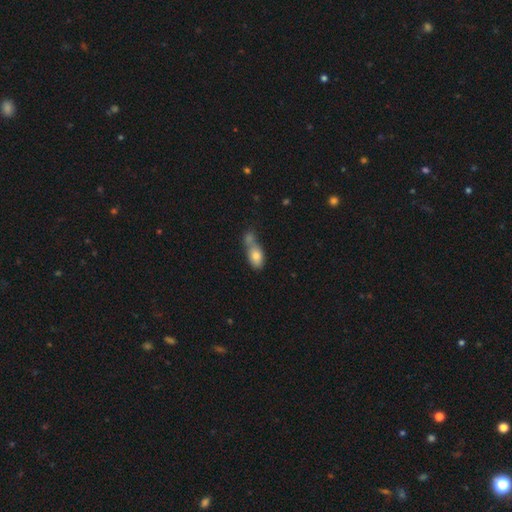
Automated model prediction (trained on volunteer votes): Q: Smooth or featured?
A: smooth (77%); runner-up: featured or disk (15%)
Q: How rounded?
A: in between (83%); runner-up: round (11%)
Q: Merging?
A: merger (57%); runner-up: none (27%)